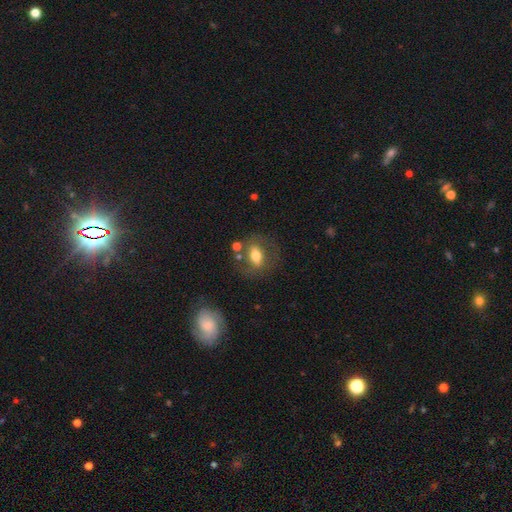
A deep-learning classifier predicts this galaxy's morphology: Q: Smooth or featured?
A: smooth (51%); runner-up: featured or disk (40%)
Q: How rounded?
A: in between (68%); runner-up: round (27%)
Q: Merging?
A: none (65%); runner-up: minor disturbance (16%)